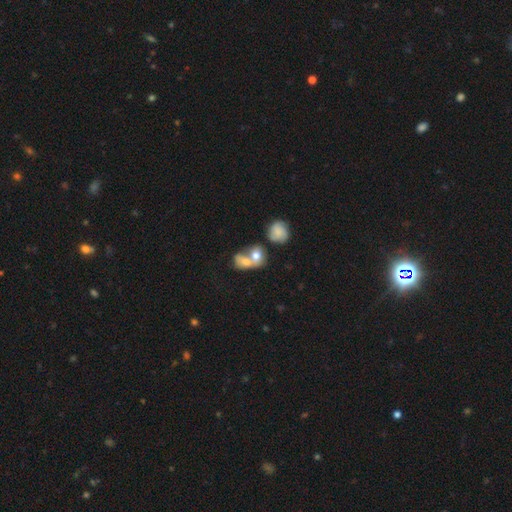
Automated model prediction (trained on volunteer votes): This is likely a smooth galaxy (65%). How rounded: possibly in between (58%). Merging: likely merger (70%).